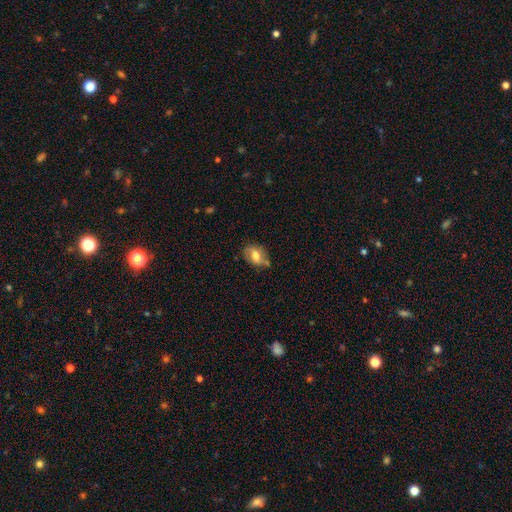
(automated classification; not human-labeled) Smooth or featured? Predicted: smooth (p=0.63). How rounded? Predicted: in between (p=0.74). Merging? Predicted: none (p=0.62).